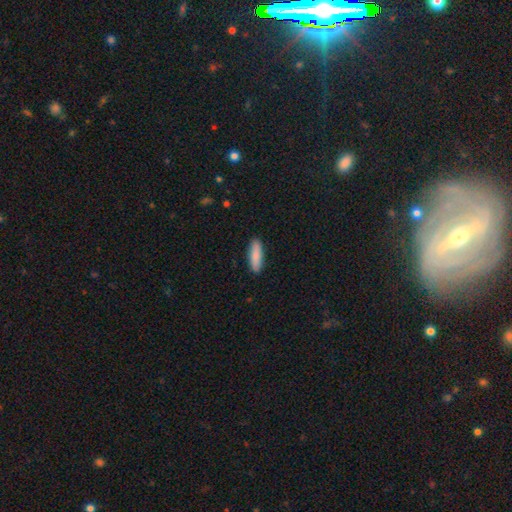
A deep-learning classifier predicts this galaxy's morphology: Smooth or featured: smooth — 86% (featured or disk — 8%)
How rounded: cigar-shaped — 61% (in between — 37%)
Merging: none — 90% (minor disturbance — 7%)